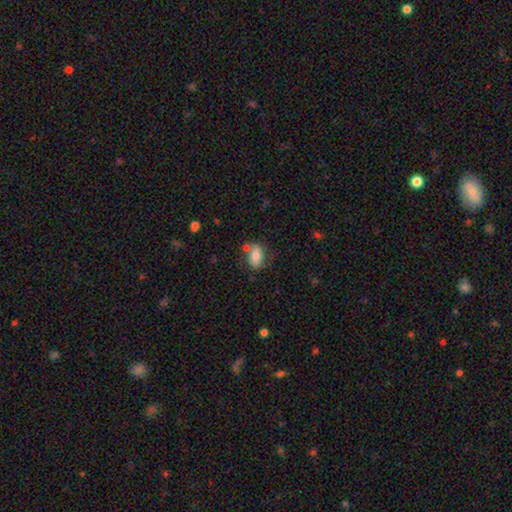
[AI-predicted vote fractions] Smooth or featured? smooth (75%)
How rounded? in between (87%)
Merging? none (60%)